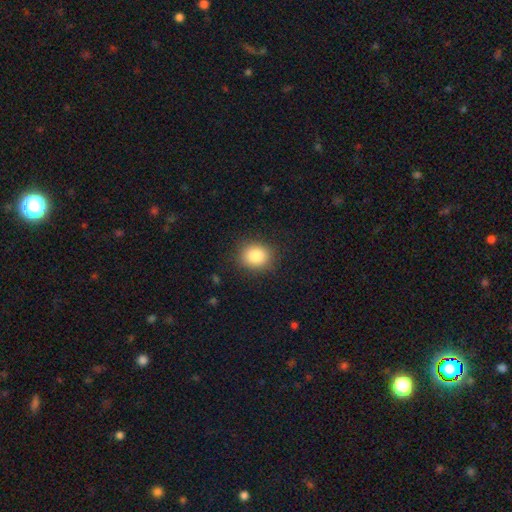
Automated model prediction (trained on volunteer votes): Q: Smooth or featured?
A: smooth (85%); runner-up: star or artifact (9%)
Q: How rounded?
A: round (70%); runner-up: in between (29%)
Q: Merging?
A: none (86%); runner-up: minor disturbance (10%)